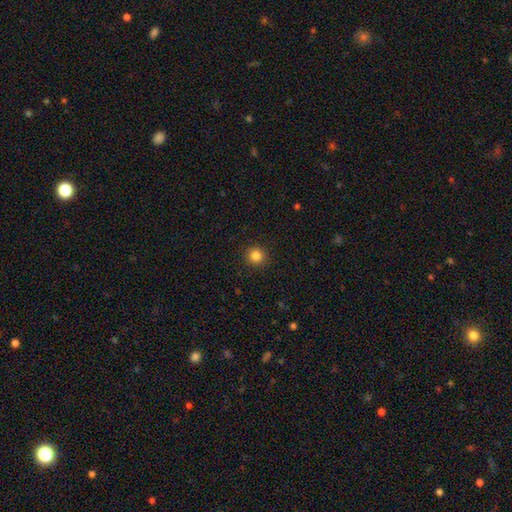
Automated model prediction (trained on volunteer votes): Overall: smooth (84%). How rounded: round (94%). Merging: none (92%).